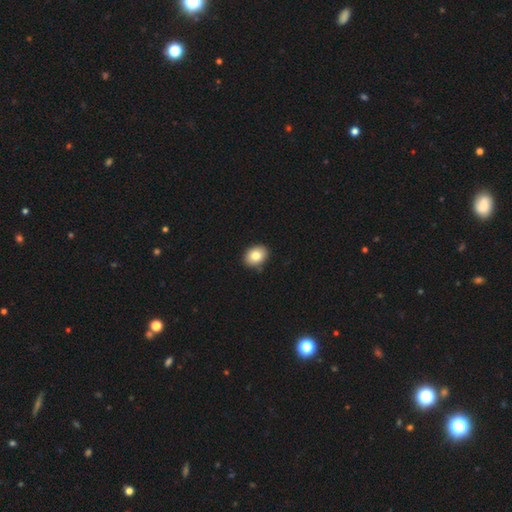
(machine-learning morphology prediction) smooth 82%, featured or disk 9%, star or artifact 9%. Down the decision tree: how rounded — in between (63%); merging — none (87%).